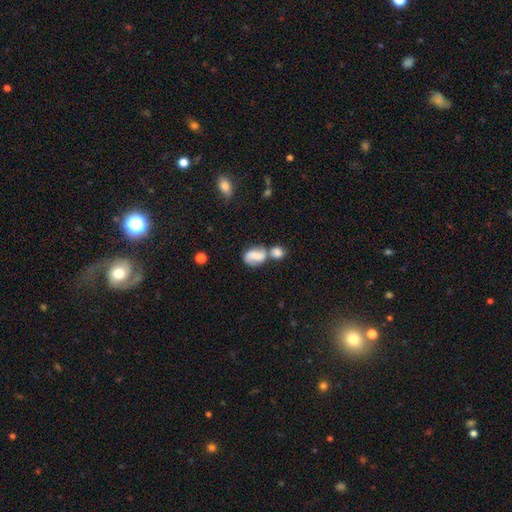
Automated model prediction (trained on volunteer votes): smooth-or-featured: smooth: 45% (tied) | featured or disk: 45% (tied) | star or artifact: 10%
  merging: merger: 48% | none: 31% | minor disturbance: 13% | major disturbance: 7%